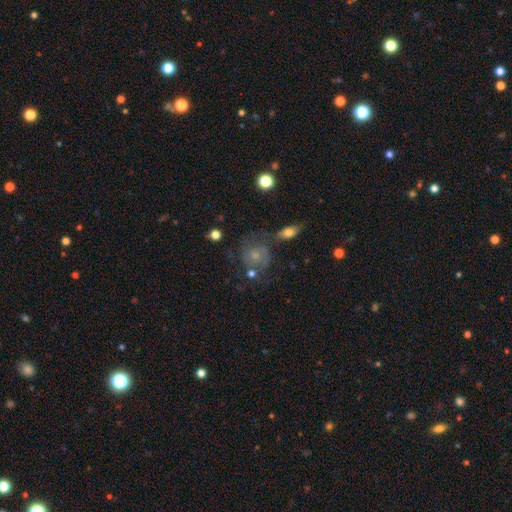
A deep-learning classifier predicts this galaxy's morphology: The model was most divided on "smooth or featured": featured or disk: 49%, smooth: 38%, star or artifact: 13%. More confident: merging — none (51%).